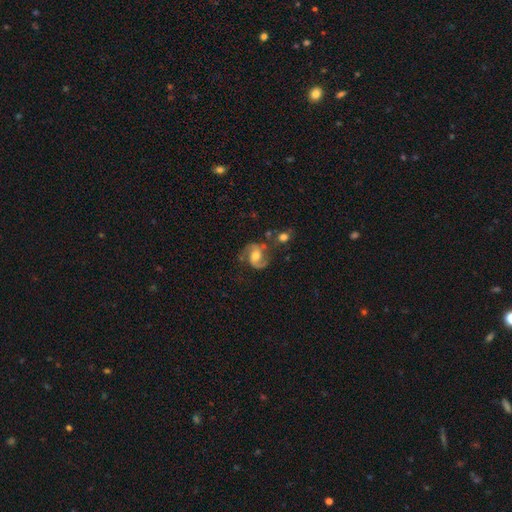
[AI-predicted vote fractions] Q: Smooth or featured?
A: featured or disk (85%); runner-up: smooth (9%)
Q: Edge-on disk?
A: no (98%); runner-up: yes (2%)
Q: Bar?
A: no (52%); runner-up: weak (36%)
Q: Spiral arms?
A: yes (96%); runner-up: no (4%)
Q: Spiral winding?
A: medium (54%); runner-up: loose (31%)
Q: Spiral arm count?
A: 2 (91%); runner-up: 1 (3%)
Q: Bulge size?
A: moderate (71%); runner-up: small (19%)
Q: Merging?
A: none (66%); runner-up: minor disturbance (17%)